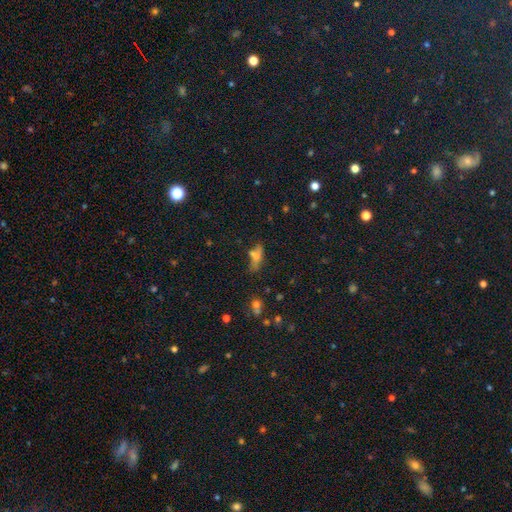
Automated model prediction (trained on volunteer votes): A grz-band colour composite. It shows a smooth galaxy with no disk features (56%) that is in between round and cigar-shaped (55%). Merging: none (51%).